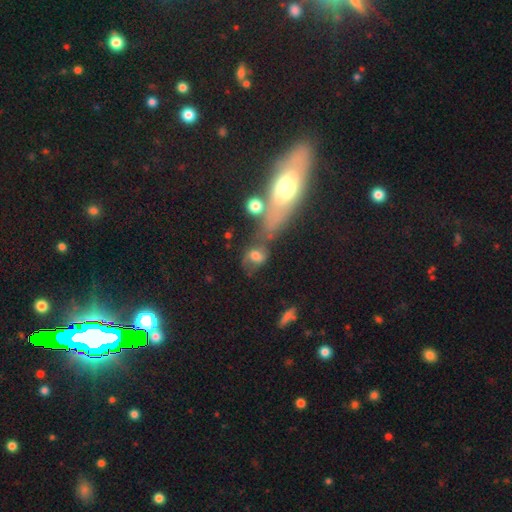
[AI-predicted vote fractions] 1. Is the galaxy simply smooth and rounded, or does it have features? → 46% smooth, 40% featured or disk, 14% star or artifact.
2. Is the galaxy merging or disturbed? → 40% none, 22% merger, 19% major disturbance, 19% minor disturbance.